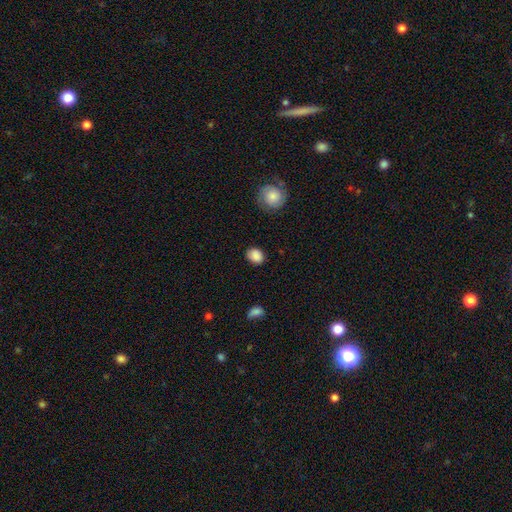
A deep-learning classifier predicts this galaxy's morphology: type=smooth (88%); roundness=in between (52%); merging=none (83%).